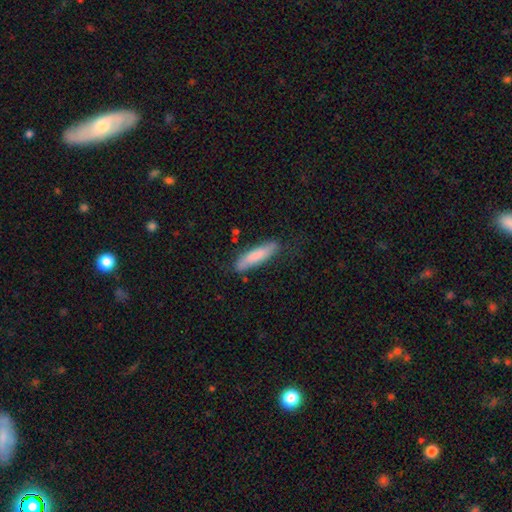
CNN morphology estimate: Smooth or featured? smooth (79%)
How rounded? cigar-shaped (76%)
Merging? none (77%)